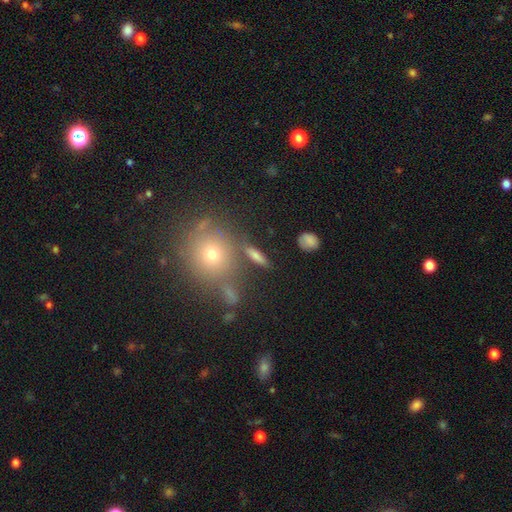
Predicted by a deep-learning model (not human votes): The model was most divided on "how rounded": cigar-shaped: 56%, in between: 33%, round: 11%. More confident: merging — none (77%); smooth or featured — smooth (66%).